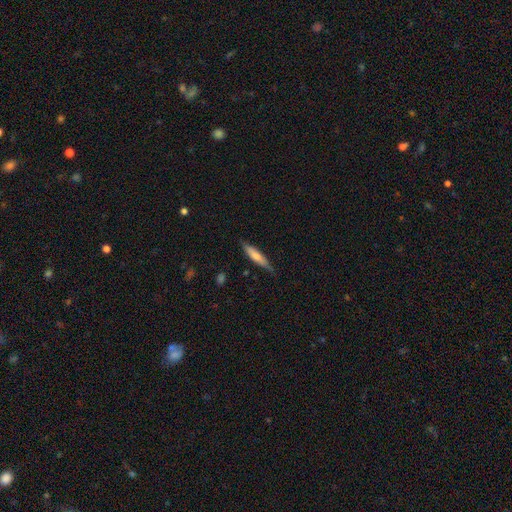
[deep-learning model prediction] This appears to be a smooth galaxy with no disk features (67%) that is cigar-shaped (85%). Merging: none (81%).